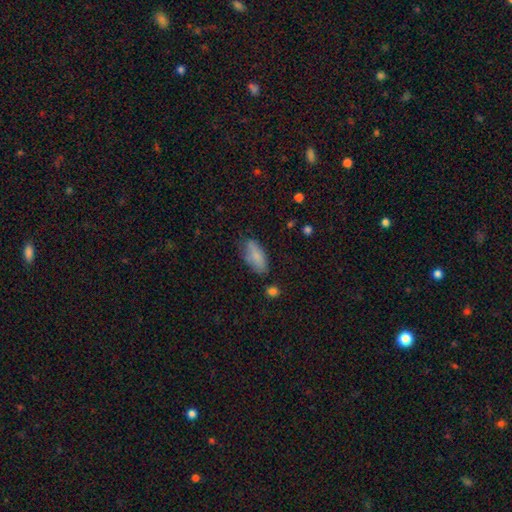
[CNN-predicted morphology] A smooth galaxy with no disk features (80%) that is in between round and cigar-shaped (82%).

Vote fractions:
- Smooth or featured? smooth: 80% / featured or disk: 13% / star or artifact: 7%
- How rounded? in between: 82% / cigar-shaped: 15% / round: 2%
- Merging? none: 67% / minor disturbance: 24% / major disturbance: 6% / merger: 4%